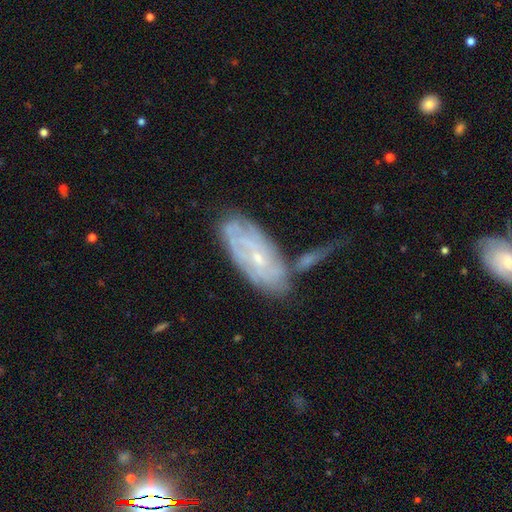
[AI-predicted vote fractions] The model was most divided on "merging": none: 50%, merger: 22%, minor disturbance: 20%, major disturbance: 8%. More confident: edge-on disk — no (89%); spiral arms — yes (78%); bulge size — small (75%); smooth or featured — featured or disk (71%); bar — no (65%).